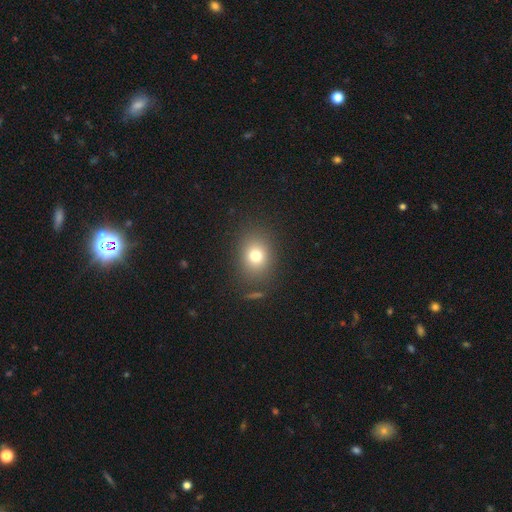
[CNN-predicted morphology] Smooth or featured?
  - smooth: 76% *
  - star or artifact: 14%
  - featured or disk: 10%
How rounded?
  - round: 58% *
  - in between: 41%
  - cigar-shaped: 1%
Merging?
  - none: 83% *
  - minor disturbance: 9%
  - major disturbance: 4%
  - merger: 3%